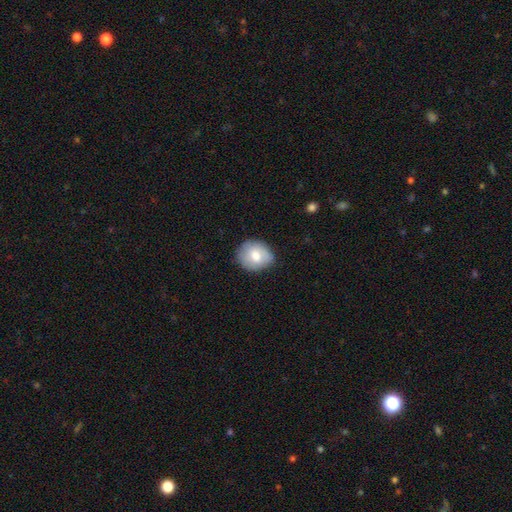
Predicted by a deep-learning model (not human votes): This appears to be a smooth galaxy with no disk features (74%) that is round (68%). Merging: none (77%).